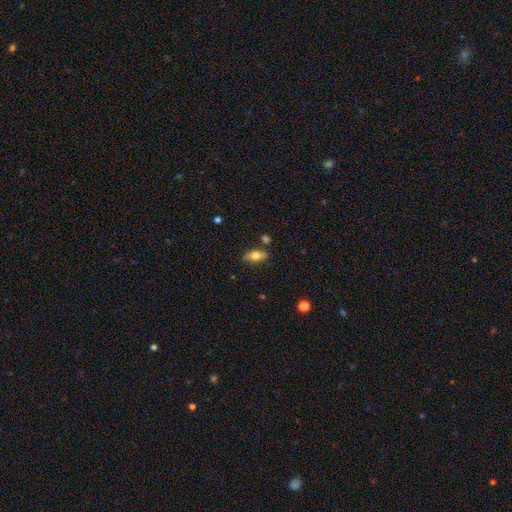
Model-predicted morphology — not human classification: Smooth or featured? smooth (67%)
How rounded? in between (80%)
Merging? none (80%)